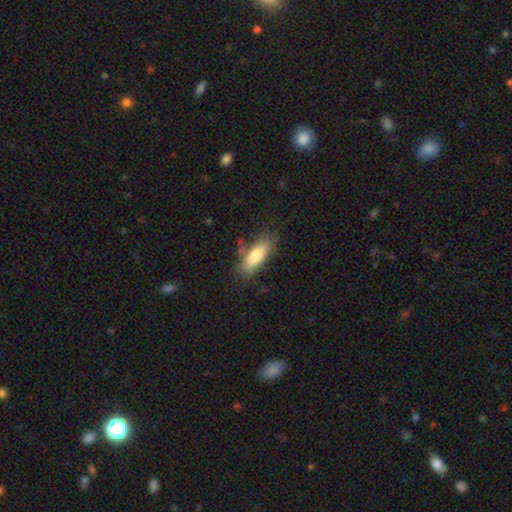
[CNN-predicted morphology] A smooth galaxy with no disk features (77%) that is in between round and cigar-shaped (65%). Merging: none (74%).